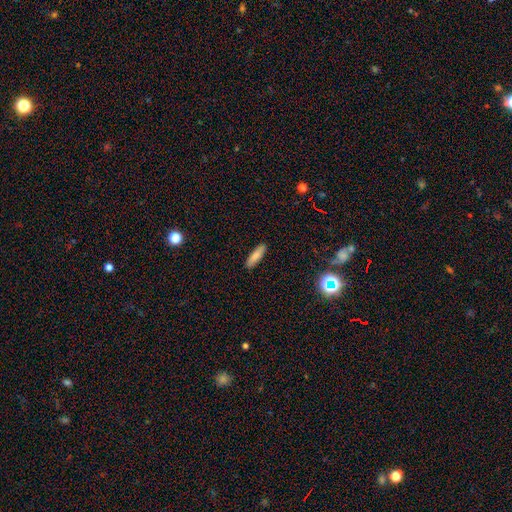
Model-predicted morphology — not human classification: smooth-or-featured: smooth: 82% | featured or disk: 11% | star or artifact: 7%
  how-rounded: cigar-shaped: 69% | in between: 30% | round: 2%
  merging: none: 90% | minor disturbance: 8% | major disturbance: 2% | merger: 1%